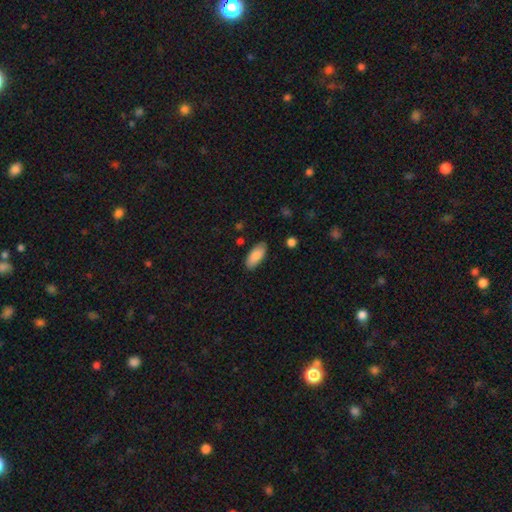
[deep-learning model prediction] Smooth or featured? Predicted: smooth (p=0.86). How rounded? Predicted: in between (p=0.89). Merging? Predicted: none (p=0.84).